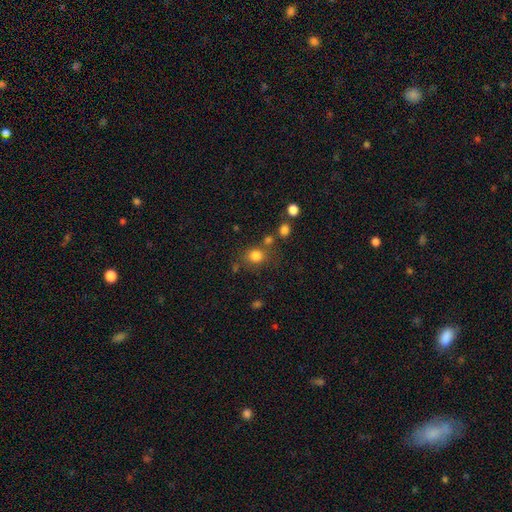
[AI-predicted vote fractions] This is clearly a smooth galaxy (80%). How rounded: likely round (75%). Merging: likely none (69%).